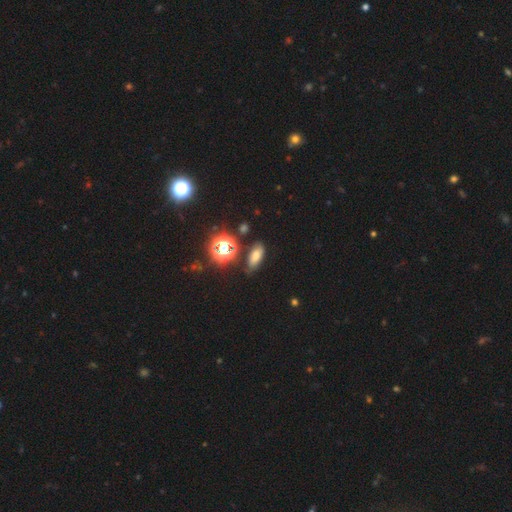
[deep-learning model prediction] smooth 63%, star or artifact 26%, featured or disk 11%. Down the decision tree: how rounded — in between (77%); merging — none (73%).